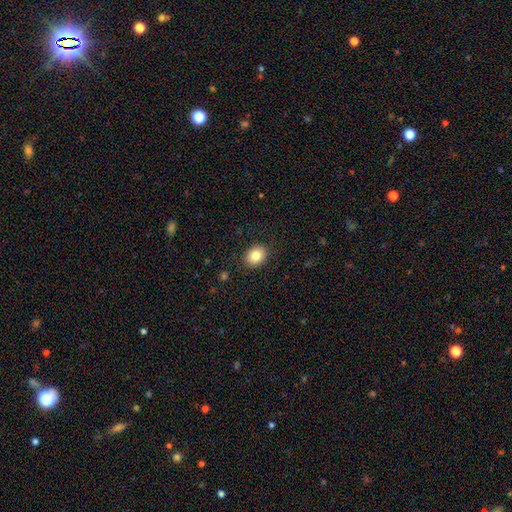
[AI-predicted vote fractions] Overall: smooth (84%). How rounded: in between (57%; round 42%). Merging: none (88%).